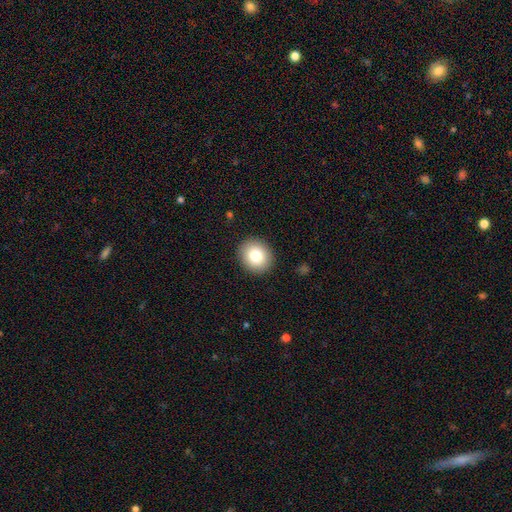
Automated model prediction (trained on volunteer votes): This appears to be a smooth galaxy with no disk features (81%) that is round (78%). Merging: none (91%).